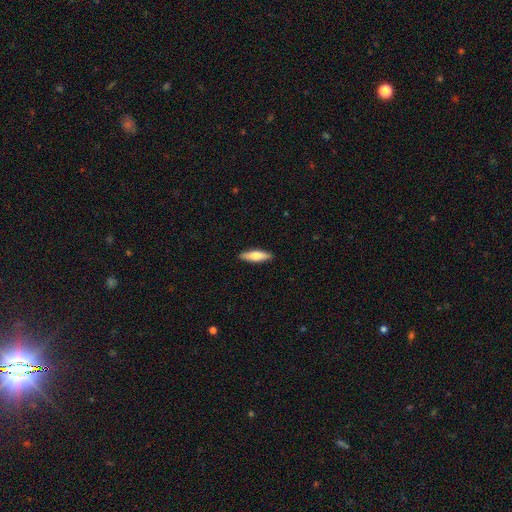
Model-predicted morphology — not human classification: A smooth galaxy with no disk features (64%) that is cigar-shaped (61%).

Vote fractions:
- Smooth or featured? smooth: 64% / featured or disk: 31% / star or artifact: 5%
- How rounded? cigar-shaped: 61% / in between: 37% / round: 2%
- Merging? none: 90% / minor disturbance: 7% / major disturbance: 2% / merger: 1%